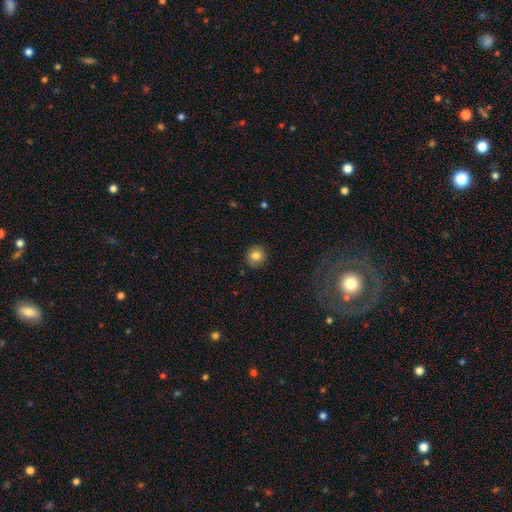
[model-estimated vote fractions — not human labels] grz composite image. It shows a smooth galaxy with no disk features (81%) that is round (91%). Merging: none (89%).